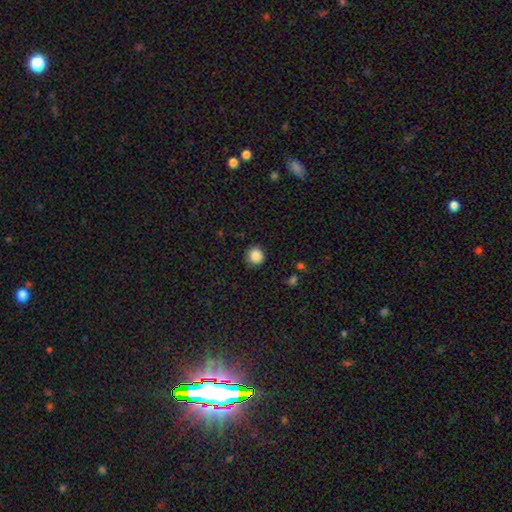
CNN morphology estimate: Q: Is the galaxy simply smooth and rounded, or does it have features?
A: smooth — 88%.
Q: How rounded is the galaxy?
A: round — 93%.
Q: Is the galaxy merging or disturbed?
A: none — 89%.